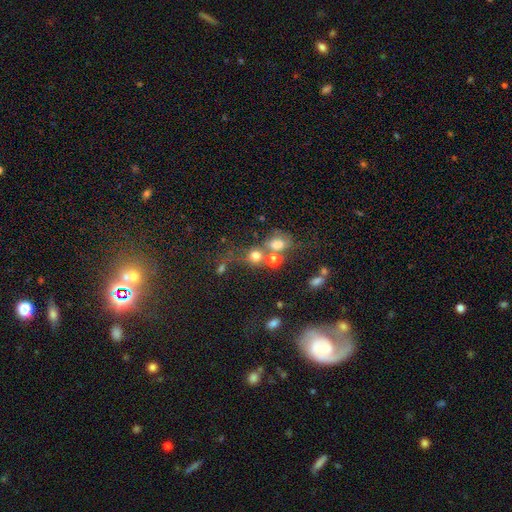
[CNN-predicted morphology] Smooth or featured? Predicted: smooth (p=0.70). How rounded? Predicted: round (p=0.78). Merging? Predicted: none (p=0.43).